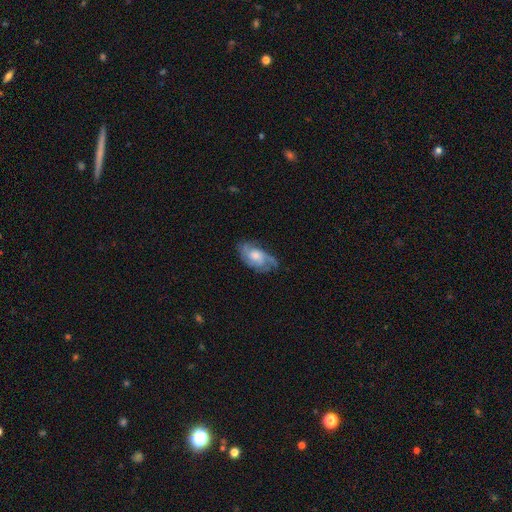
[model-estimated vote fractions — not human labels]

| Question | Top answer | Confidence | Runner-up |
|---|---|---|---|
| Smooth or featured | featured or disk | 65% | smooth (28%) |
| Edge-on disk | no | 94% | yes (6%) |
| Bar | no | 73% | weak (24%) |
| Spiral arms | yes | 87% | no (13%) |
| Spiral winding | medium | 44% | tight (32%) |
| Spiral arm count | can't tell | 31% | 2 (28%) |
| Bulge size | moderate | 55% | large (21%) |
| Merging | none | 59% | minor disturbance (26%) |